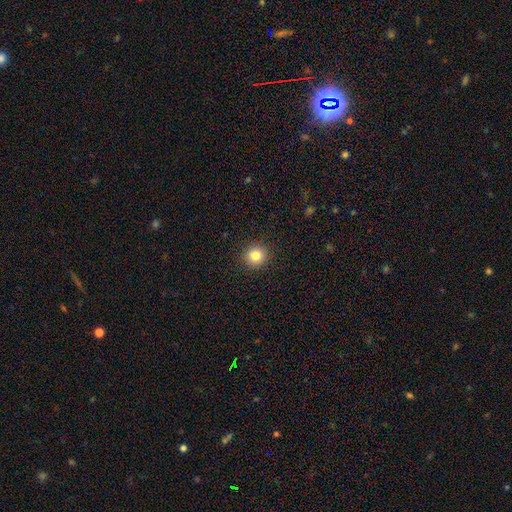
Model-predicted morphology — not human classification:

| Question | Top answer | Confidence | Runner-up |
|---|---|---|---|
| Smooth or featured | smooth | 83% | star or artifact (11%) |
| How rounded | round | 92% | in between (7%) |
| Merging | none | 92% | minor disturbance (5%) |